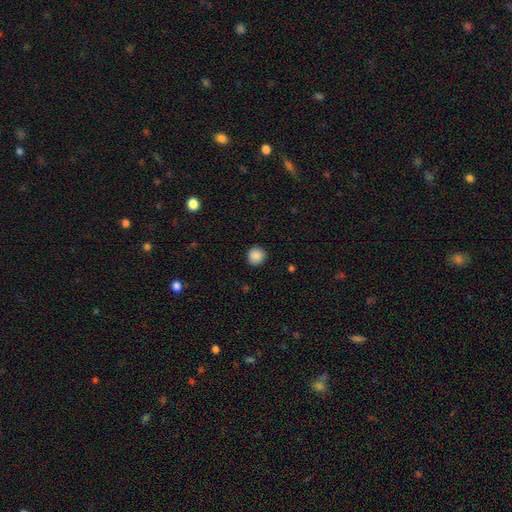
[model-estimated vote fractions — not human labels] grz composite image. It shows a smooth galaxy with no disk features (88%) that is round (91%). Merging: none (90%).